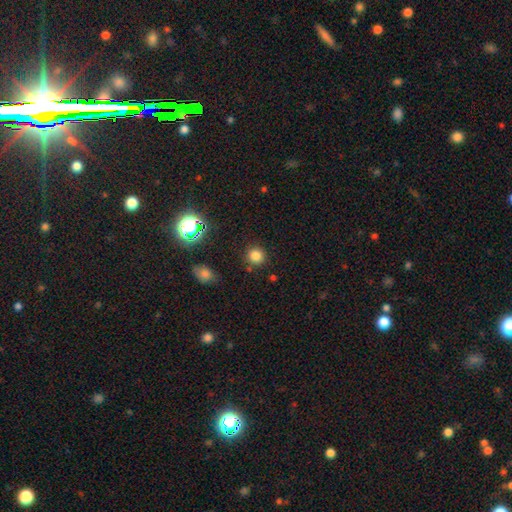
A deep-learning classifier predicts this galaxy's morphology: smooth_or_featured: smooth (p=0.79) [alt: star or artifact p=0.16]
how_rounded: round (p=0.91) [alt: in between p=0.08]
merging: none (p=0.86) [alt: minor disturbance p=0.08]